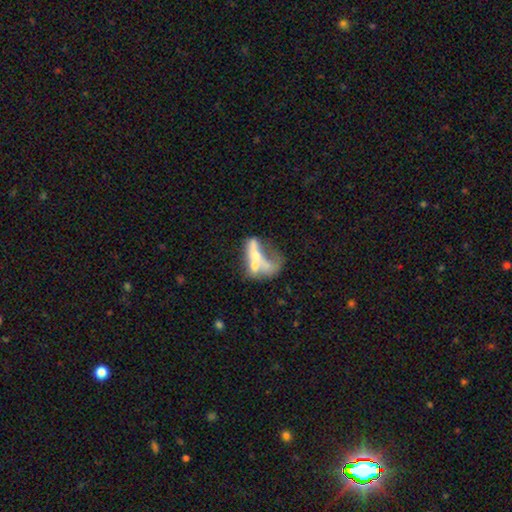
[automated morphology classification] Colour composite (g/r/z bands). It shows a featured or disk galaxy (55%). Merging: merger (55%).